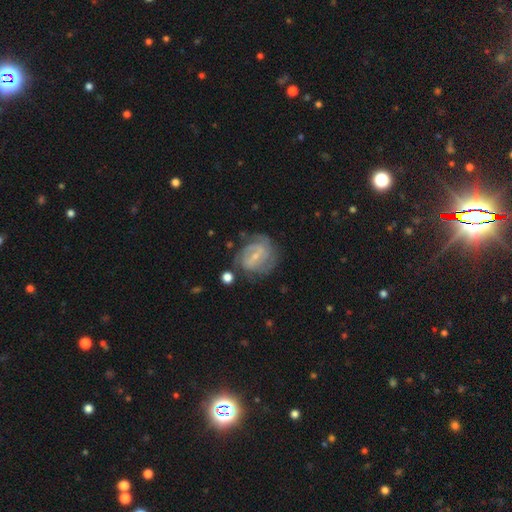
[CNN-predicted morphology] smooth-or-featured: featured or disk: 78% | smooth: 15% | star or artifact: 7%
  disk-edge-on: no: 97% | yes: 3%
    bar: weak: 54% | strong: 25% | no: 22%
    has-spiral-arms: yes: 89% | no: 11%
      spiral-winding: tight: 49% | medium: 38% | loose: 13%
      spiral-arm-count: 2: 43% | can't tell: 29% | 3: 16% | 1: 5% | 4: 4% | more than 4: 3%
    bulge-size: small: 69% | moderate: 24% | none: 4% | large: 1% | dominant: 1%
  merging: none: 64% | minor disturbance: 21% | major disturbance: 11% | merger: 4%